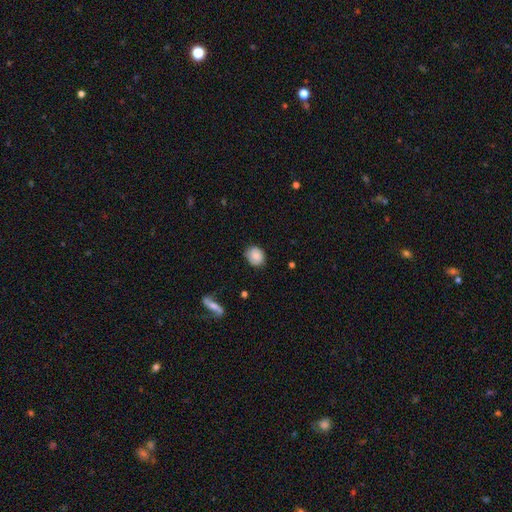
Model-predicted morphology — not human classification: This appears to be a smooth galaxy with no disk features (81%) that is round (66%). Merging: none (78%).